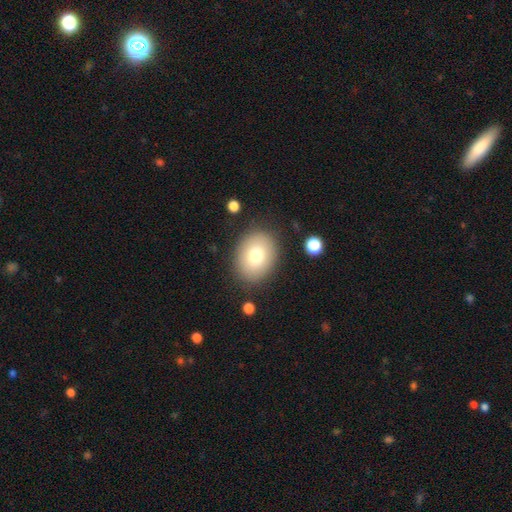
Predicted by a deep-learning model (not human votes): Smooth or featured?
  - smooth: 77% *
  - featured or disk: 14%
  - star or artifact: 9%
How rounded?
  - in between: 59% *
  - round: 40%
  - cigar-shaped: 1%
Merging?
  - none: 84% *
  - minor disturbance: 11%
  - major disturbance: 4%
  - merger: 2%